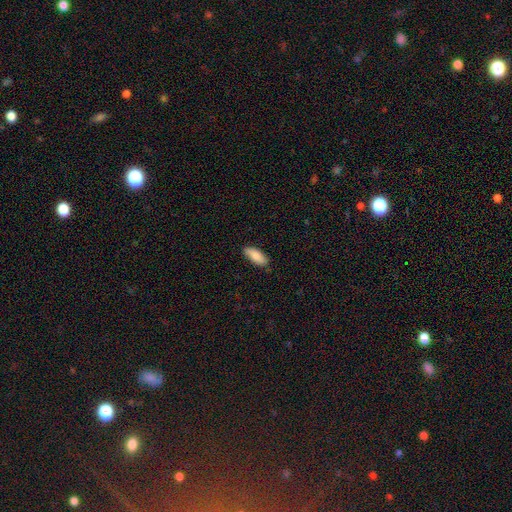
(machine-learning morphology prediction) smooth 86%, featured or disk 8%, star or artifact 6%. Down the decision tree: how rounded — in between (79%); merging — none (85%).